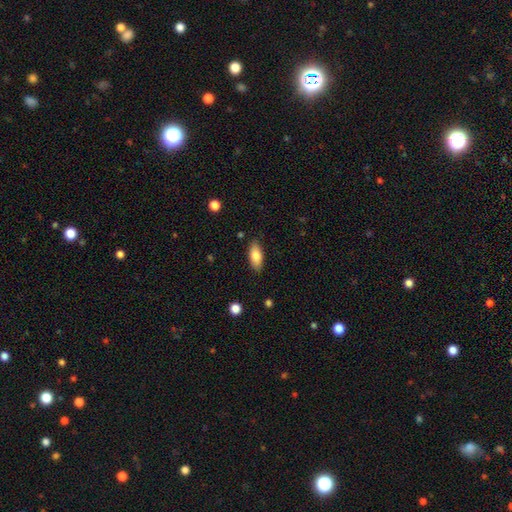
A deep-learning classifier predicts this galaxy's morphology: A smooth galaxy with no disk features (79%) that is in between round and cigar-shaped (85%).

Vote fractions:
- Smooth or featured? smooth: 79% / featured or disk: 14% / star or artifact: 7%
- How rounded? in between: 85% / cigar-shaped: 12% / round: 3%
- Merging? none: 86% / minor disturbance: 11% / major disturbance: 2% / merger: 1%